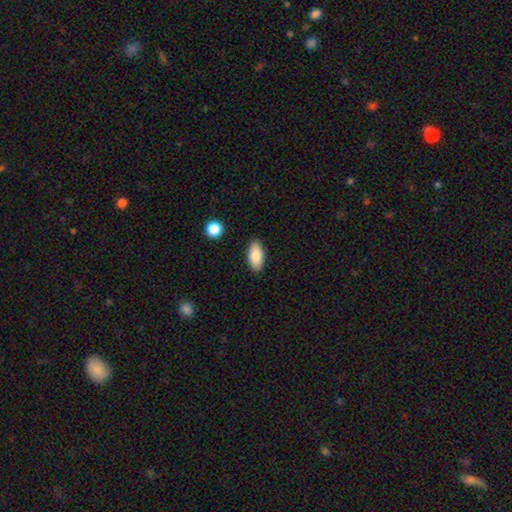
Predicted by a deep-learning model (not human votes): Q: Smooth or featured?
A: smooth (84%); runner-up: featured or disk (9%)
Q: How rounded?
A: in between (91%); runner-up: cigar-shaped (7%)
Q: Merging?
A: none (88%); runner-up: minor disturbance (9%)